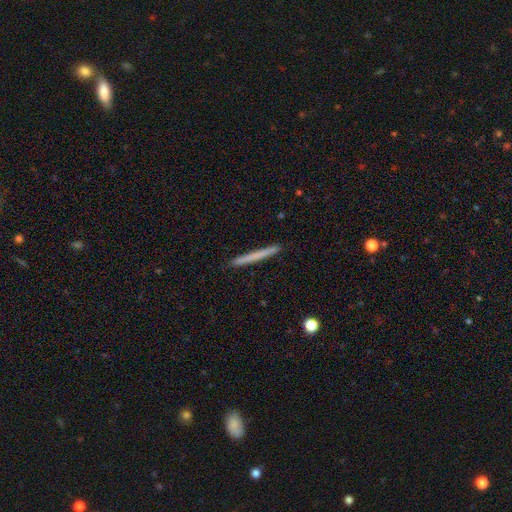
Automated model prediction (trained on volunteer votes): This is likely a smooth galaxy (65%). How rounded: clearly cigar-shaped (97%). Merging: clearly none (92%).